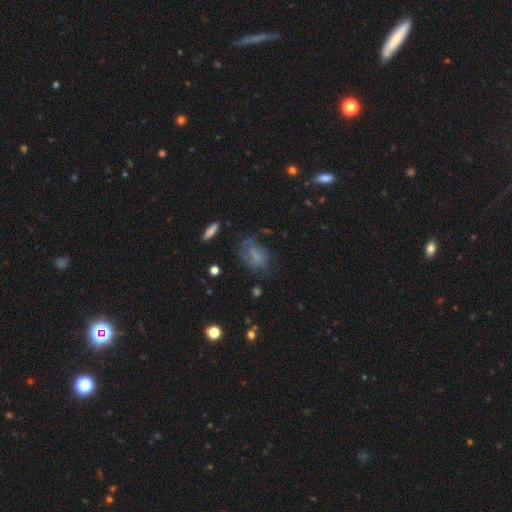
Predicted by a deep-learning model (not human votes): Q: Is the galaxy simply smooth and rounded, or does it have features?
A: smooth — 51%.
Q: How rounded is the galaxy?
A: in between — 75%.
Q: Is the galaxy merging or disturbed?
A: none — 48%.